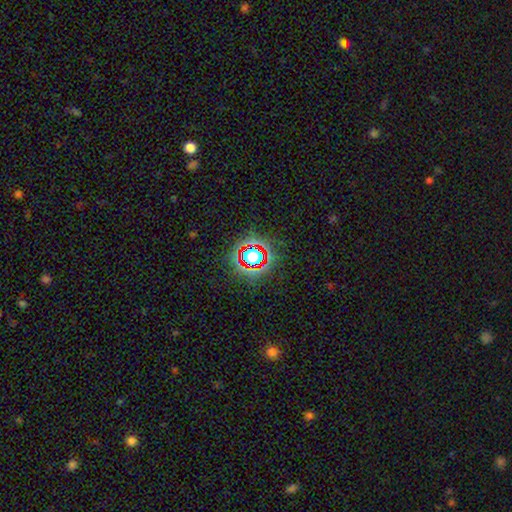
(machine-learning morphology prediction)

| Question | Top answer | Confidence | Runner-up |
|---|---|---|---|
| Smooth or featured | star or artifact | 67% | smooth (22%) |